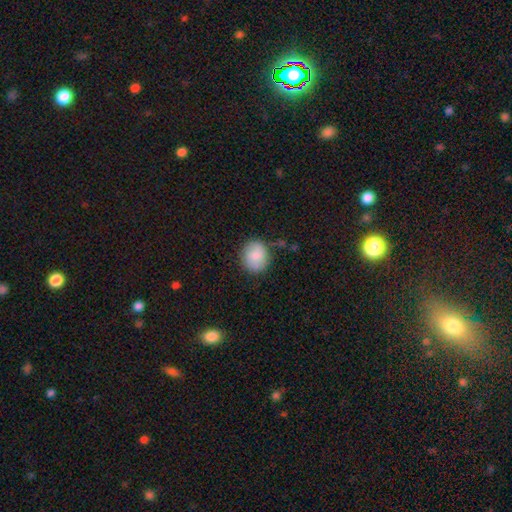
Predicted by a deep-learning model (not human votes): smooth_or_featured: smooth (p=0.83) [alt: featured or disk p=0.10]
how_rounded: round (p=0.78) [alt: in between p=0.21]
merging: none (p=0.75) [alt: minor disturbance p=0.17]